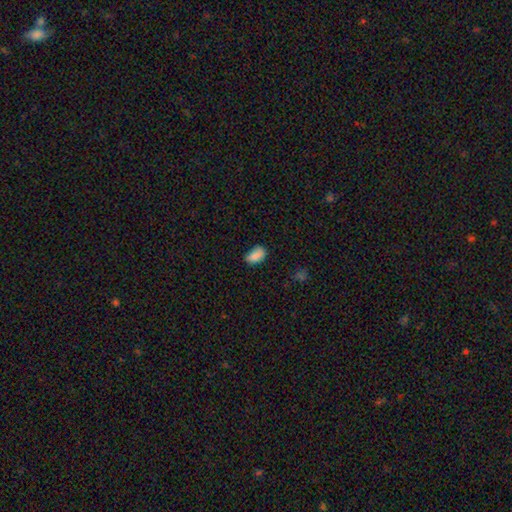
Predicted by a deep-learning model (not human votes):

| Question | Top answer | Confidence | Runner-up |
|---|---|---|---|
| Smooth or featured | smooth | 86% | star or artifact (8%) |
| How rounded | in between | 92% | round (6%) |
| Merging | none | 70% | minor disturbance (24%) |